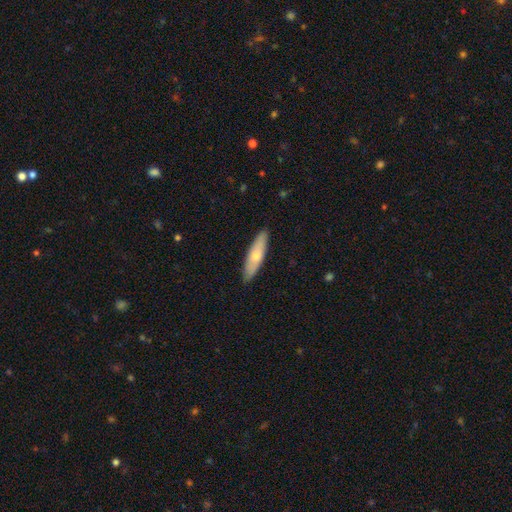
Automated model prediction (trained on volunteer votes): smooth 61%, featured or disk 34%, star or artifact 5%. Down the decision tree: how rounded — cigar-shaped (67%); merging — none (89%).